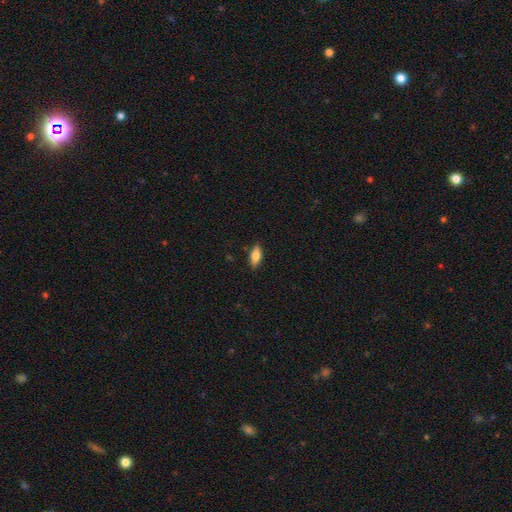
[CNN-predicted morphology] smooth-or-featured: smooth: 74% | featured or disk: 19% | star or artifact: 7%
  how-rounded: in between: 75% | cigar-shaped: 22% | round: 3%
  merging: none: 86% | minor disturbance: 11% | major disturbance: 2% | merger: 1%